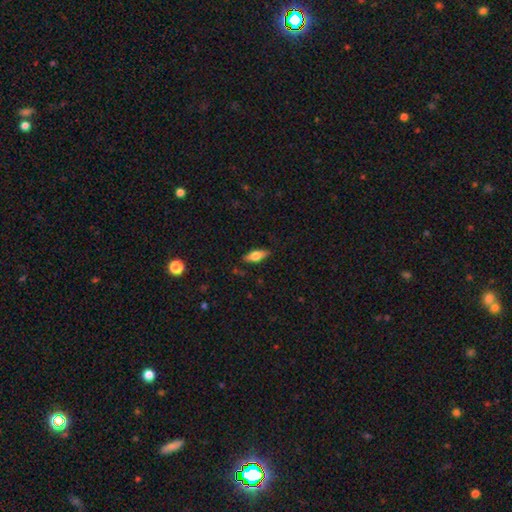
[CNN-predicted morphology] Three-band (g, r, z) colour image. It shows a smooth galaxy with no disk features (63%) that is in between round and cigar-shaped (69%). Merging: none (85%).